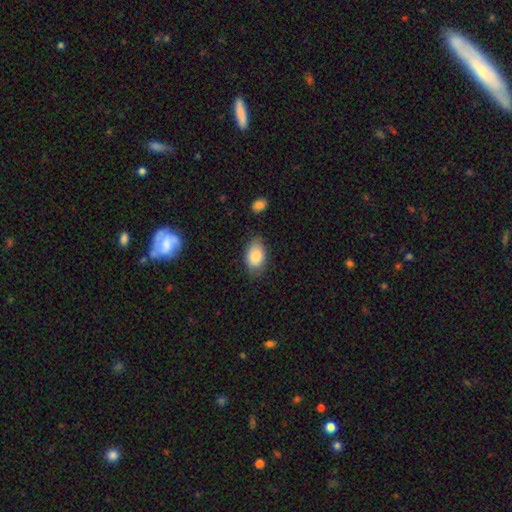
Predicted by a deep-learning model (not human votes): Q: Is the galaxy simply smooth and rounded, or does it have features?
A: smooth — 85%.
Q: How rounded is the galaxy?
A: in between — 87%.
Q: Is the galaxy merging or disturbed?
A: none — 73%.